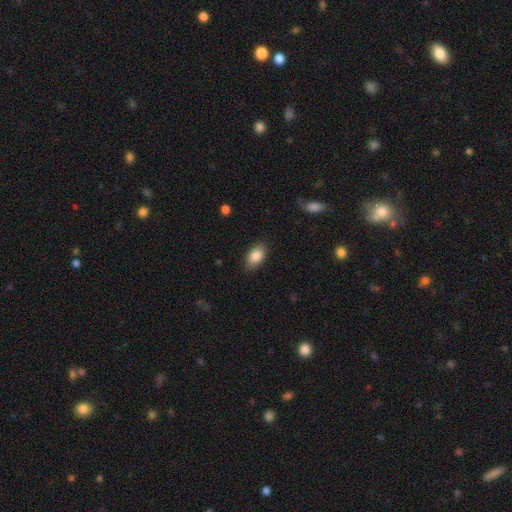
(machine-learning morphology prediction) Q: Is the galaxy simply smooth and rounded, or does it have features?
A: smooth — 85%.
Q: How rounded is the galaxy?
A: in between — 91%.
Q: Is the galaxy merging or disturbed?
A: none — 84%.